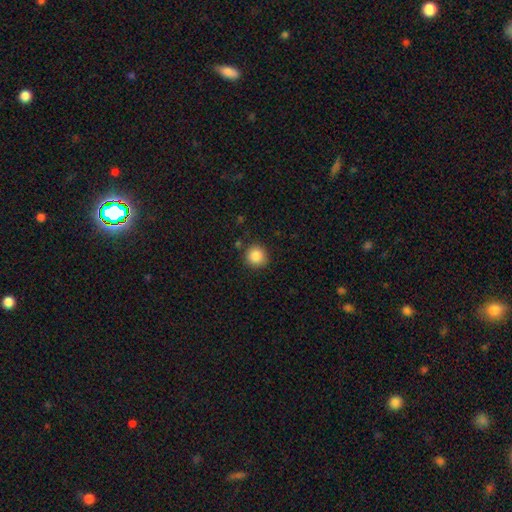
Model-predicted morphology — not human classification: type=smooth (87%); roundness=round (93%); merging=none (86%).